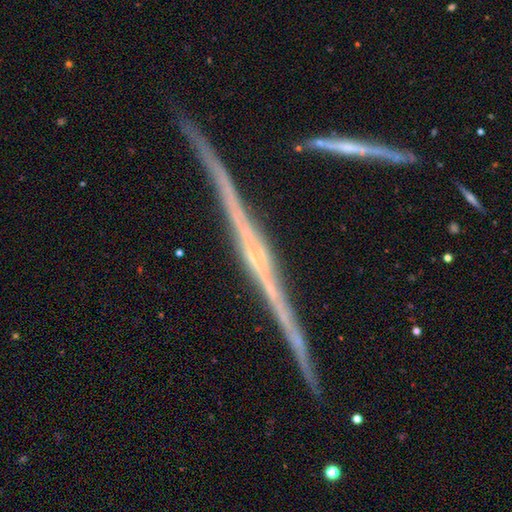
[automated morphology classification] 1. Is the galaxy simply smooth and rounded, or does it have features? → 87% featured or disk, 7% star or artifact, 6% smooth.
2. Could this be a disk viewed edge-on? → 98% yes, 2% no.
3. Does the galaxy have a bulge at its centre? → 49% rounded, 39% none, 12% boxy.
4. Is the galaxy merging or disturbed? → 86% none, 9% minor disturbance, 3% merger, 2% major disturbance.